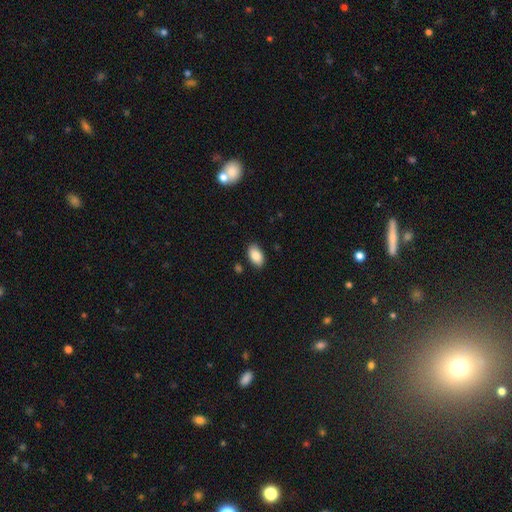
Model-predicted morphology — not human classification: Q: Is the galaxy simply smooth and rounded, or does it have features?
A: smooth — 88%.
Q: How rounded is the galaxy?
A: in between — 93%.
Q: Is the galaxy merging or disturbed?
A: none — 86%.